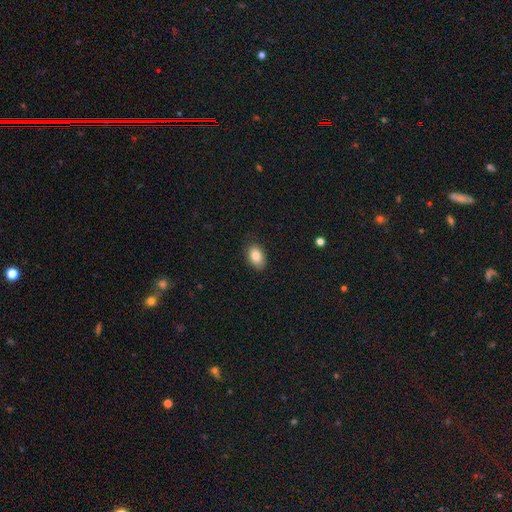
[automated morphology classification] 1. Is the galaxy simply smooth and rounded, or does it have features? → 84% smooth, 9% featured or disk, 8% star or artifact.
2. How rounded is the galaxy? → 88% in between, 11% round, 1% cigar-shaped.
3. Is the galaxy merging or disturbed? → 85% none, 12% minor disturbance, 2% major disturbance, 1% merger.